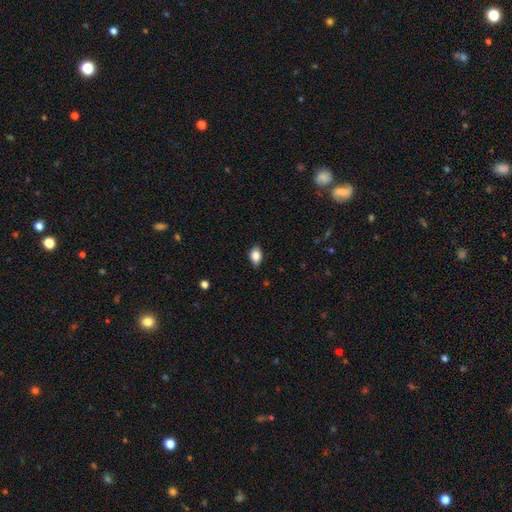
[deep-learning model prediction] The model was most divided on "merging": none: 80%, minor disturbance: 16%, major disturbance: 3%, merger: 1%. More confident: smooth or featured — smooth (84%); how rounded — in between (83%).